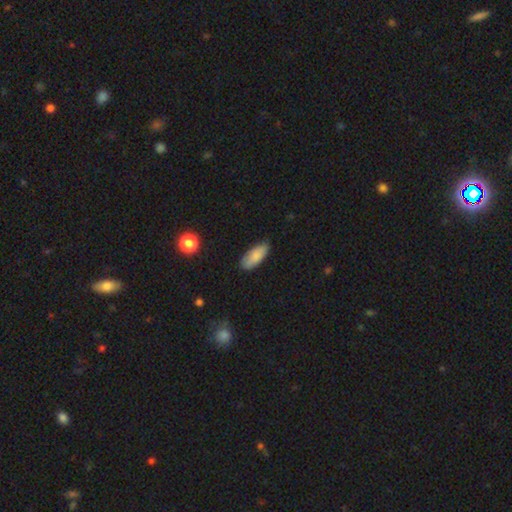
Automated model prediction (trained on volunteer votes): Morphology: type=smooth (84%); roundness=in between (82%); merging=none (81%).